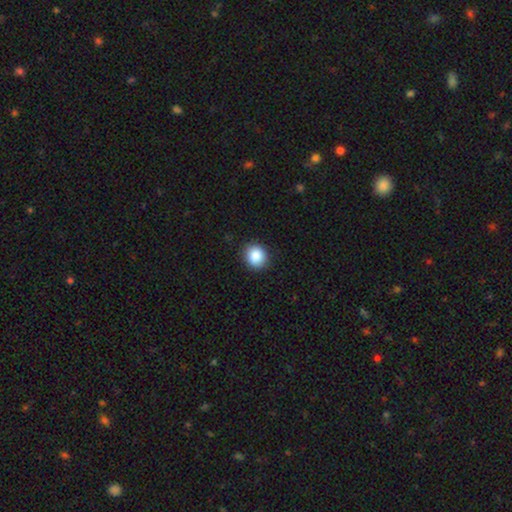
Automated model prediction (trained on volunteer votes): Smooth or featured: smooth — 88% (star or artifact — 8%)
How rounded: round — 79% (in between — 20%)
Merging: none — 90% (minor disturbance — 7%)